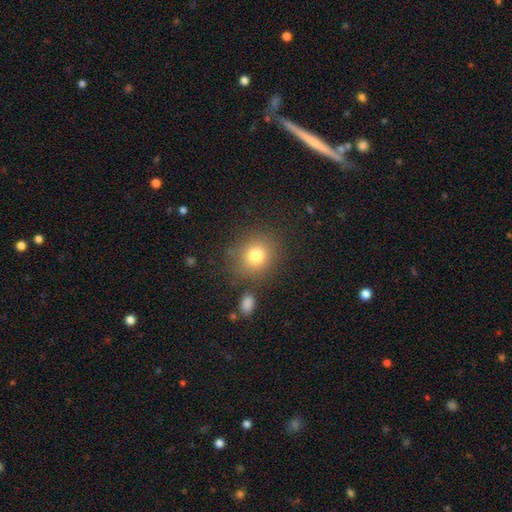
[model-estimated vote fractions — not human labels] The model was most divided on "how rounded": round: 80%, in between: 19%, cigar-shaped: 1%. More confident: merging — none (81%); smooth or featured — smooth (78%).